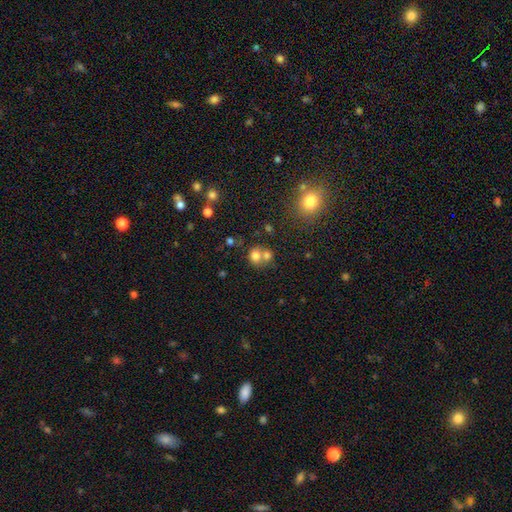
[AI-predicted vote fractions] This appears to be a smooth galaxy with no disk features (74%) that is round (68%). Merging: merger (55%).